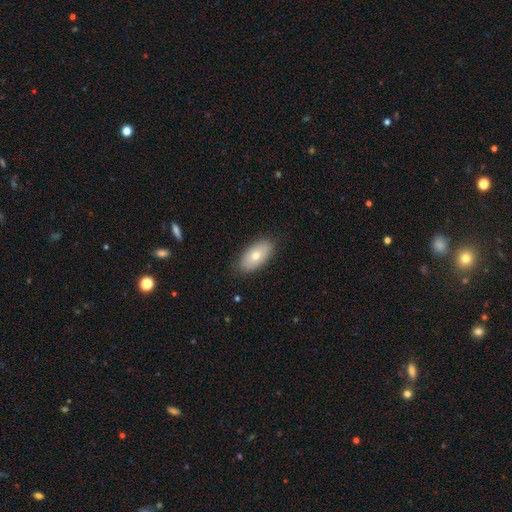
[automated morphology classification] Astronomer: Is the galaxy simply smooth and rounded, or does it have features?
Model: smooth — 70%.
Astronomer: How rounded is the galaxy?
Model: in between — 93%.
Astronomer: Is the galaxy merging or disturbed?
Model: none — 86%.